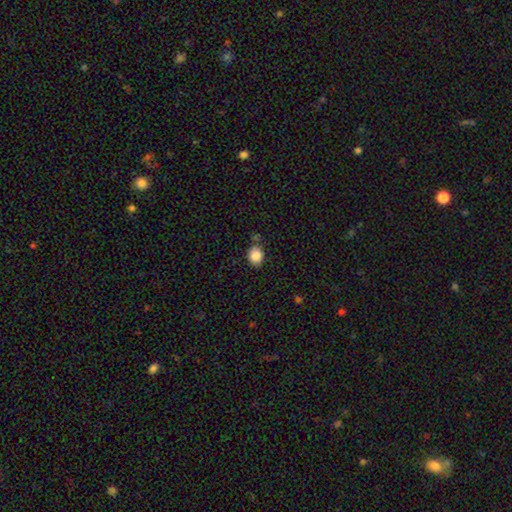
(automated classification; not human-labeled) smooth-or-featured: smooth: 87% | star or artifact: 9% | featured or disk: 4%
  how-rounded: round: 58% | in between: 41% | cigar-shaped: 1%
  merging: none: 73% | minor disturbance: 16% | merger: 7% | major disturbance: 4%